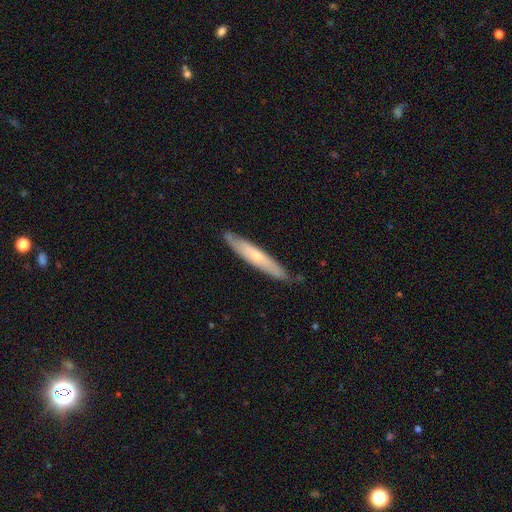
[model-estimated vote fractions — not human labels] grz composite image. It shows a smooth galaxy with no disk features (50%) that is cigar-shaped (91%). Merging: none (81%).